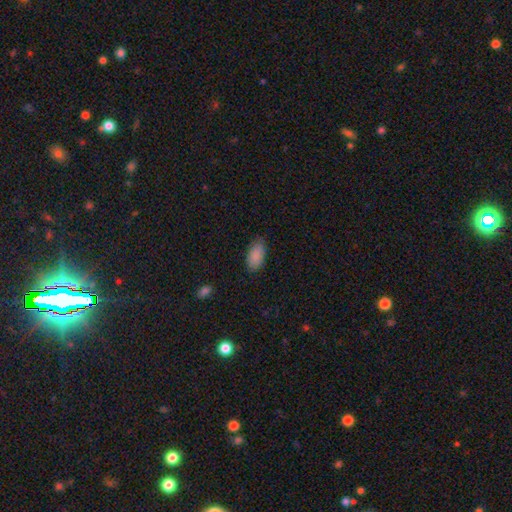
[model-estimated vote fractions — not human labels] smooth-or-featured: smooth: 88% | star or artifact: 7% | featured or disk: 5%
  how-rounded: in between: 94% | cigar-shaped: 3% | round: 3%
  merging: none: 80% | minor disturbance: 16% | major disturbance: 3% | merger: 1%